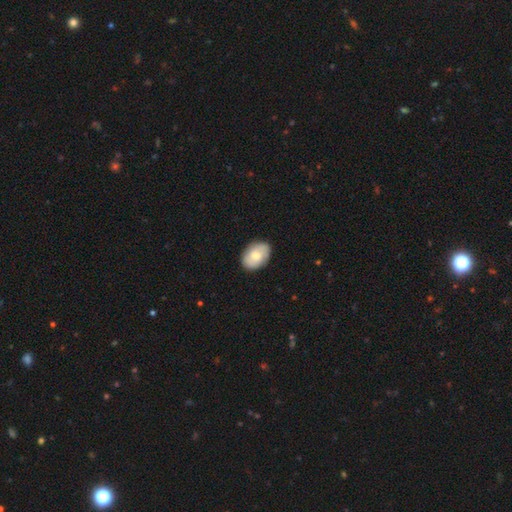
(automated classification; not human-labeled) A smooth galaxy with no disk features (68%) that is in between round and cigar-shaped (79%).

Vote fractions:
- Smooth or featured? smooth: 68% / featured or disk: 25% / star or artifact: 6%
- How rounded? in between: 79% / round: 20% / cigar-shaped: 1%
- Merging? none: 86% / minor disturbance: 11% / major disturbance: 2% / merger: 1%